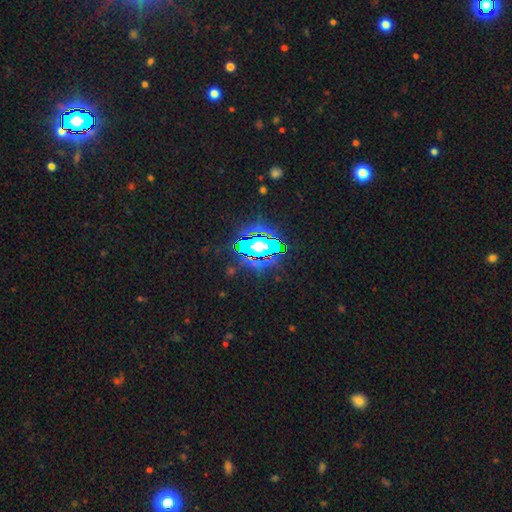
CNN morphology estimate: This appears to be a star or artifact, not a galaxy (71%).